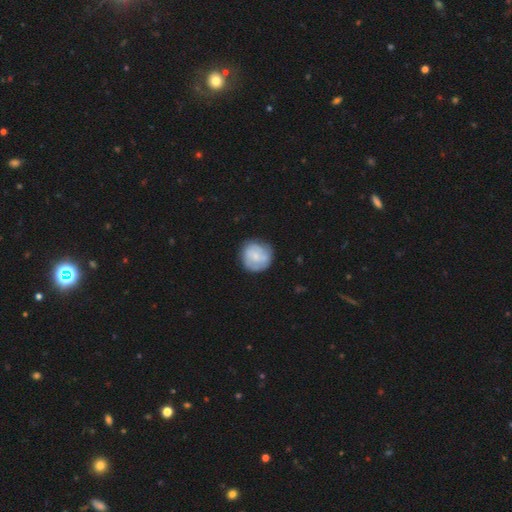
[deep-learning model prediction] smooth-or-featured: smooth: 51% | featured or disk: 43% | star or artifact: 6%
  how-rounded: round: 91% | in between: 8% | cigar-shaped: 1%
  merging: none: 76% | minor disturbance: 17% | major disturbance: 6% | merger: 2%